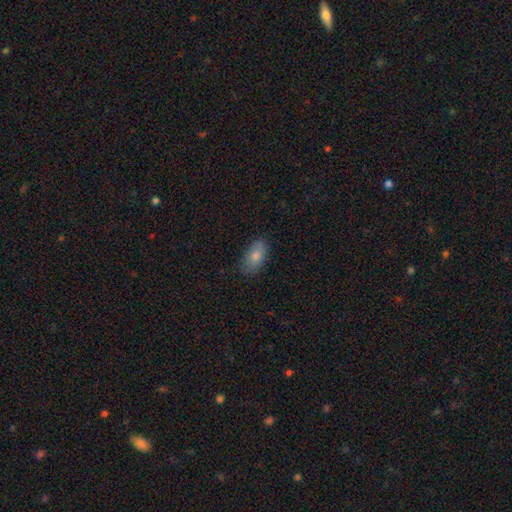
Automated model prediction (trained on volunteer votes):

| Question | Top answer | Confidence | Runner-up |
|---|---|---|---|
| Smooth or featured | smooth | 82% | featured or disk (11%) |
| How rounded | in between | 93% | round (4%) |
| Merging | none | 80% | minor disturbance (15%) |